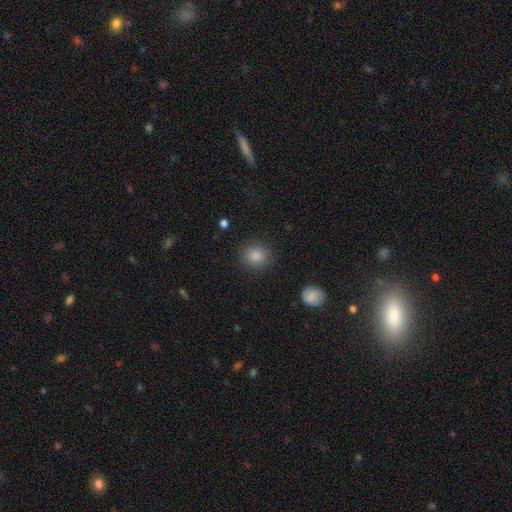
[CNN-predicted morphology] smooth_or_featured: smooth (p=0.86) [alt: star or artifact p=0.10]
how_rounded: round (p=0.87) [alt: in between p=0.12]
merging: none (p=0.88) [alt: minor disturbance p=0.07]